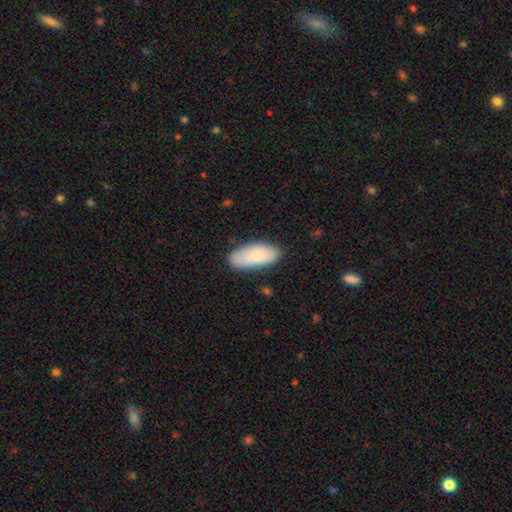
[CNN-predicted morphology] smooth 79%, featured or disk 15%, star or artifact 6%. Down the decision tree: how rounded — in between (85%); merging — none (81%).